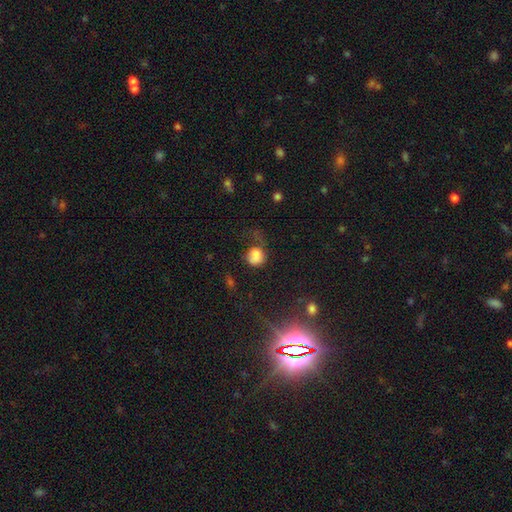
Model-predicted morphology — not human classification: type=smooth (77%); roundness=round (73%); merging=none (38%).